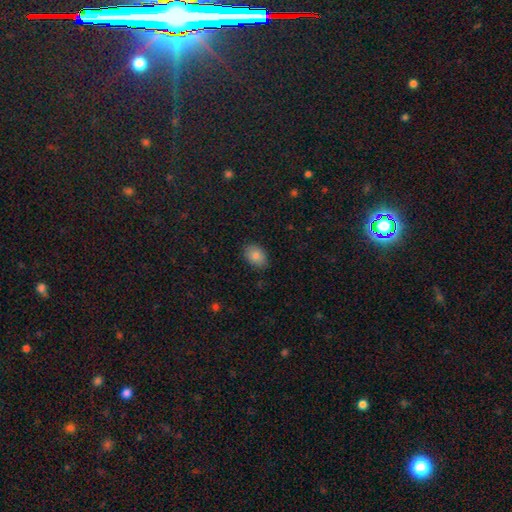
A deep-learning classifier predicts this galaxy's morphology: This appears to be a smooth galaxy with no disk features (83%) that is in between round and cigar-shaped (82%). Merging: none (86%).